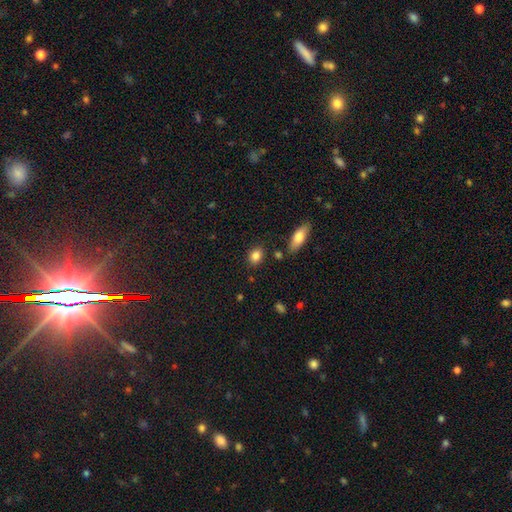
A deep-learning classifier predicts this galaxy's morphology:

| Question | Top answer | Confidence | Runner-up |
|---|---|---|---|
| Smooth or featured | smooth | 85% | star or artifact (8%) |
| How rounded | in between | 63% | round (34%) |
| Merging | none | 82% | minor disturbance (10%) |